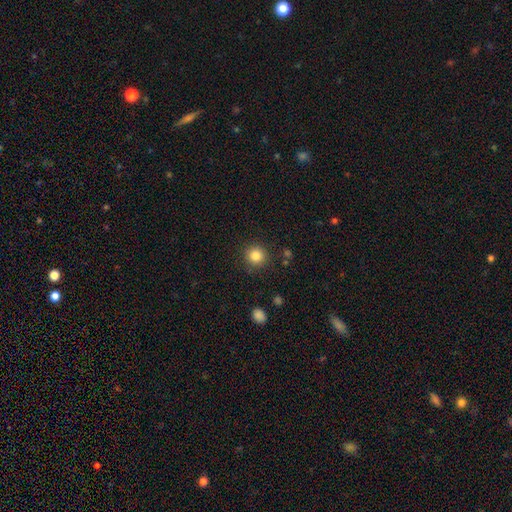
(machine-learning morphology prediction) Smooth or featured?
  - smooth: 84% *
  - star or artifact: 11%
  - featured or disk: 5%
How rounded?
  - round: 94% *
  - in between: 5%
  - cigar-shaped: 1%
Merging?
  - none: 89% *
  - minor disturbance: 7%
  - major disturbance: 3%
  - merger: 2%